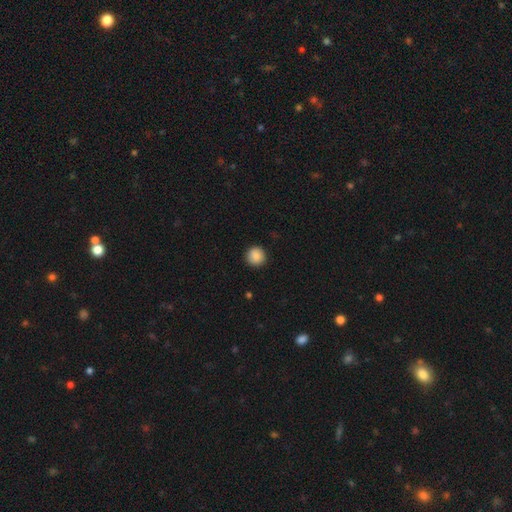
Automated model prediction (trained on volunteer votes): smooth 88%, star or artifact 9%, featured or disk 3%. Down the decision tree: how rounded — round (95%); merging — none (92%).